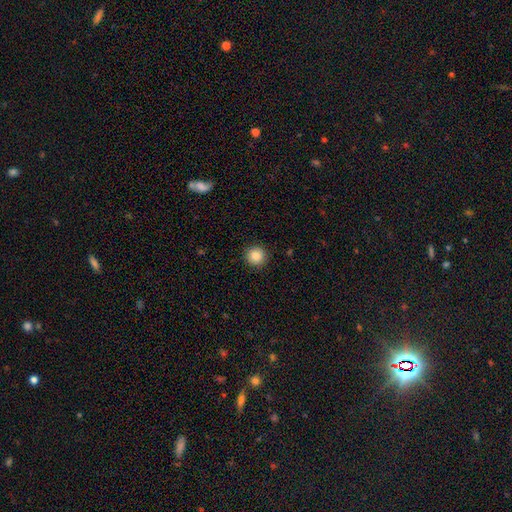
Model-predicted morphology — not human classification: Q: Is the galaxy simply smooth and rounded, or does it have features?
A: smooth — 86%.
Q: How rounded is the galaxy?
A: round — 95%.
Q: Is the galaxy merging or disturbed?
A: none — 92%.